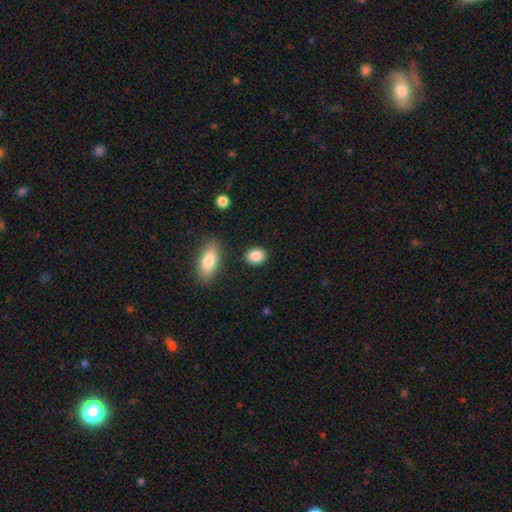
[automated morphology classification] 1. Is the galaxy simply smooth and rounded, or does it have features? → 87% smooth, 8% star or artifact, 5% featured or disk.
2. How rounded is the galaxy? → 58% in between, 41% round, 2% cigar-shaped.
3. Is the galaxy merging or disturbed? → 86% none, 9% minor disturbance, 3% merger, 3% major disturbance.